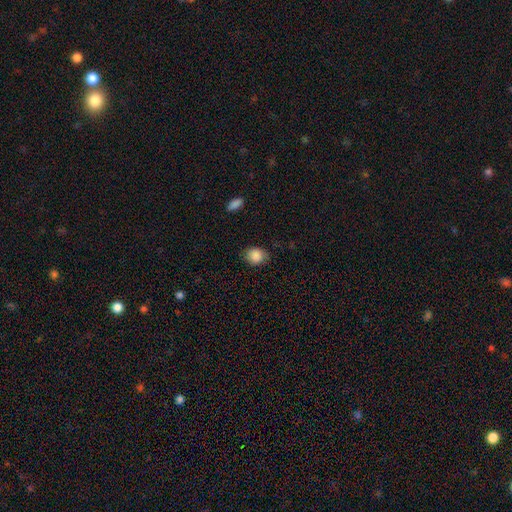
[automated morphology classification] Smooth or featured? smooth (87%)
How rounded? round (59%)
Merging? none (77%)